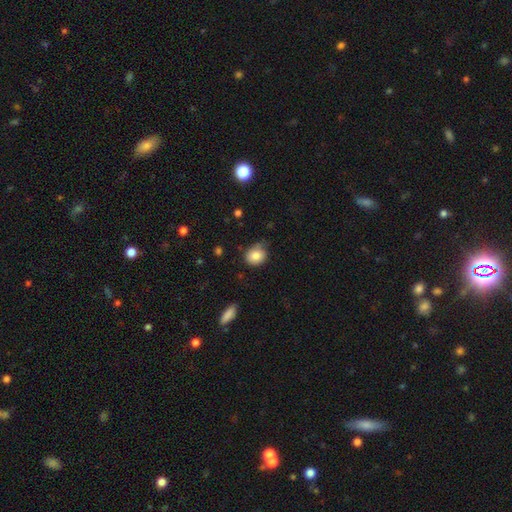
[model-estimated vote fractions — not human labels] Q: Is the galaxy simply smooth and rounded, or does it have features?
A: smooth — 82%.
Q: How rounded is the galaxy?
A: round — 67%.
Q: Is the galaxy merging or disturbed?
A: none — 59%.